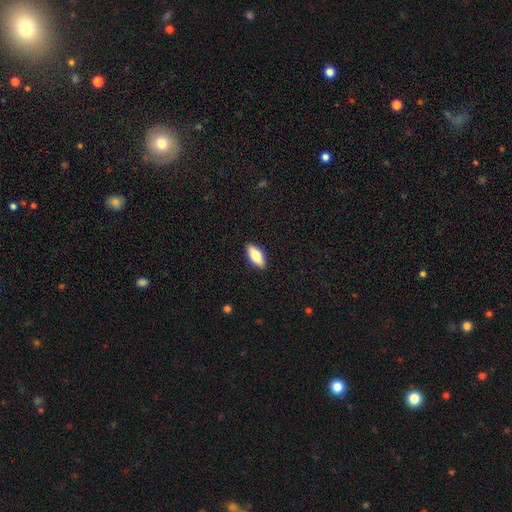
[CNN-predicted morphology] Q: Smooth or featured?
A: smooth (74%); runner-up: featured or disk (20%)
Q: How rounded?
A: in between (79%); runner-up: cigar-shaped (19%)
Q: Merging?
A: none (90%); runner-up: minor disturbance (8%)